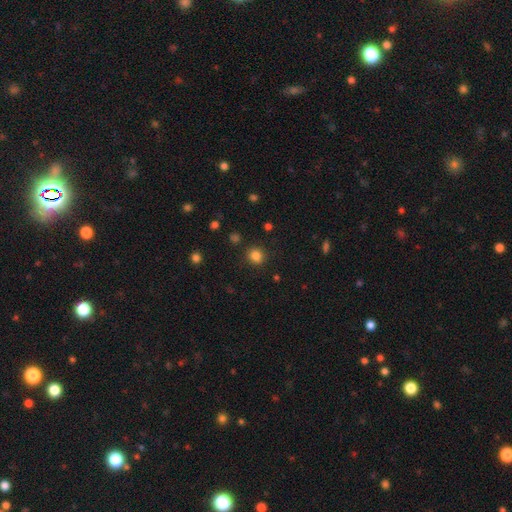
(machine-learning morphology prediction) This appears to be a smooth galaxy with no disk features (83%) that is round (79%). Merging: none (87%).